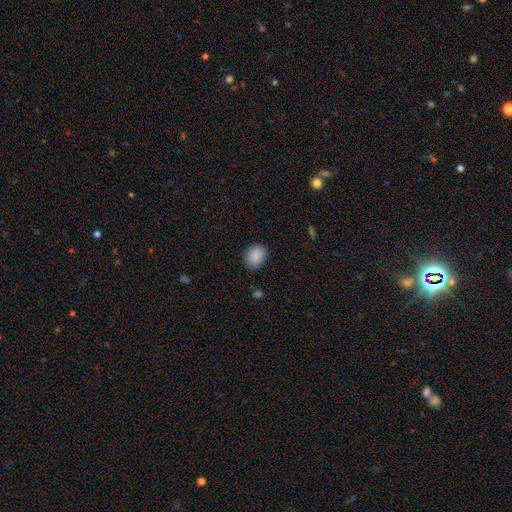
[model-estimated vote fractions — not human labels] smooth-or-featured: smooth: 89% | star or artifact: 7% | featured or disk: 4%
  how-rounded: in between: 62% | round: 37% | cigar-shaped: 1%
  merging: none: 86% | minor disturbance: 11% | major disturbance: 2% | merger: 1%